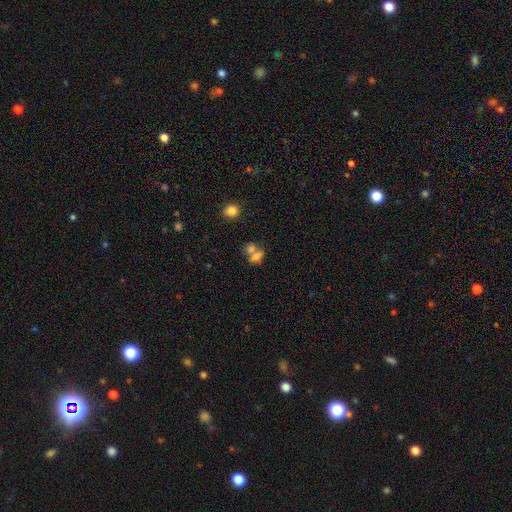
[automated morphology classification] type=smooth (68%); roundness=in between (66%); merging=merger (57%).